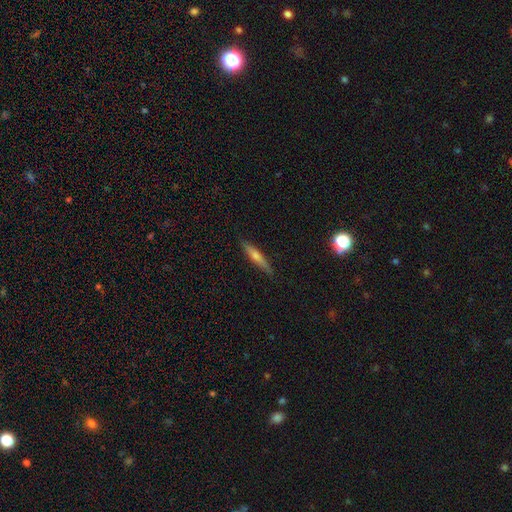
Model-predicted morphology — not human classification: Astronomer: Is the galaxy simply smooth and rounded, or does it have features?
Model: featured or disk — 50% (runner-up: smooth, 42%).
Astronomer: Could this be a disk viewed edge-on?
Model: yes — 95%.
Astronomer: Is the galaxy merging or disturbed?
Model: none — 90%.